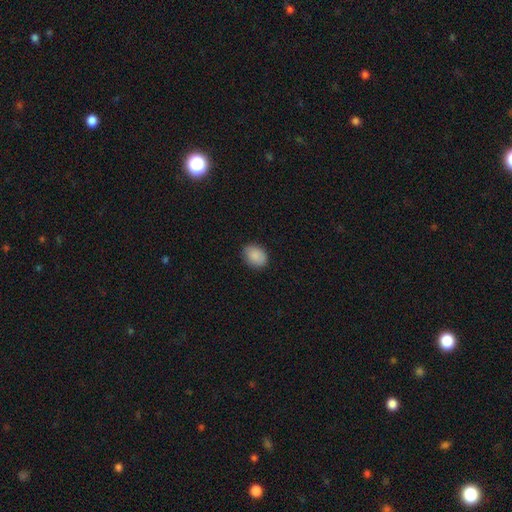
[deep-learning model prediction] smooth 89%, star or artifact 7%, featured or disk 4%. Down the decision tree: how rounded — in between (66%); merging — none (87%).